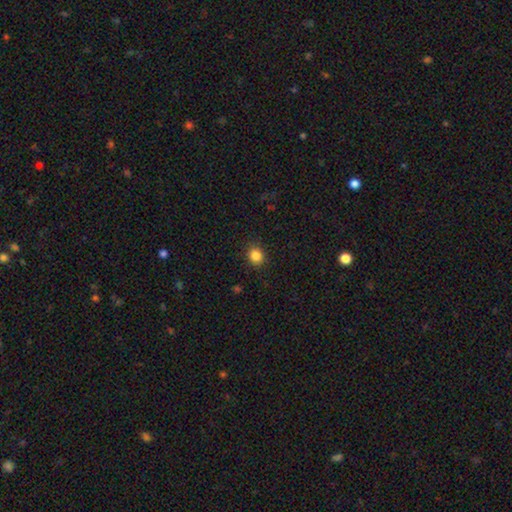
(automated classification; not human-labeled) A smooth galaxy with no disk features (85%) that is round (79%).

Vote fractions:
- Smooth or featured? smooth: 85% / star or artifact: 11% / featured or disk: 4%
- How rounded? round: 79% / in between: 20% / cigar-shaped: 1%
- Merging? none: 89% / minor disturbance: 7% / major disturbance: 2% / merger: 1%